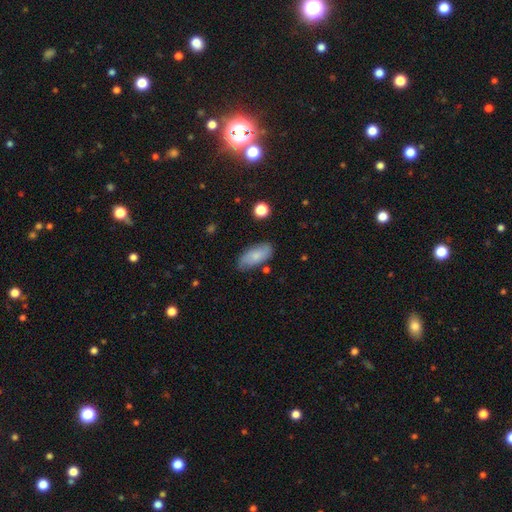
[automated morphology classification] Overall: smooth (74%). How rounded: in between (88%). Merging: none (77%).